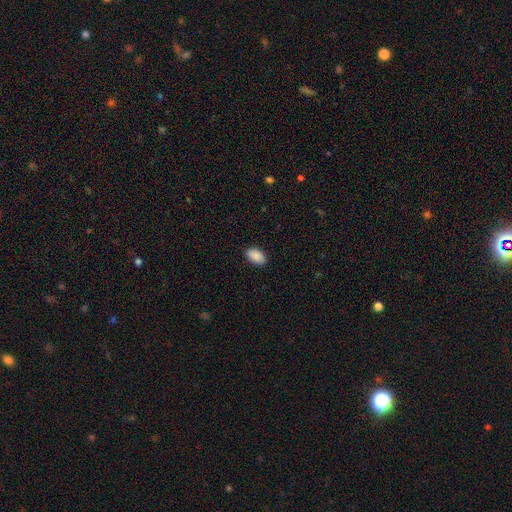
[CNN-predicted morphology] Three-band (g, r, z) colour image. It shows a smooth galaxy with no disk features (90%) that is in between round and cigar-shaped (94%). Merging: none (87%).